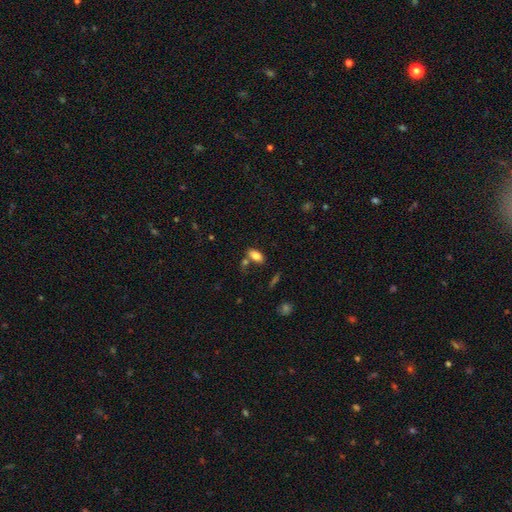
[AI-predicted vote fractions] This is clearly a smooth galaxy (80%). How rounded: clearly in between (91%). Merging: likely none (68%).